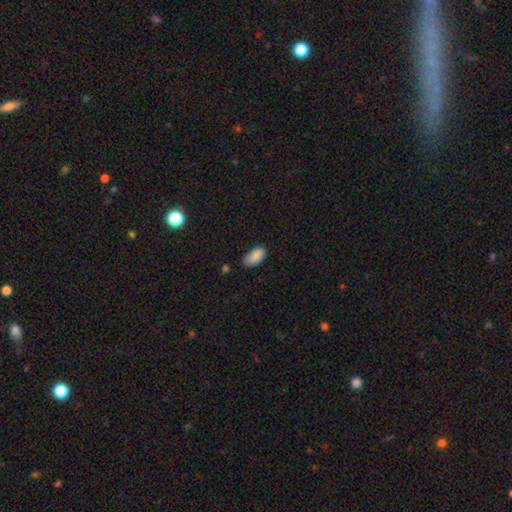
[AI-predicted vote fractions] Smooth or featured?
  - smooth: 88% *
  - star or artifact: 7%
  - featured or disk: 5%
How rounded?
  - in between: 94% *
  - cigar-shaped: 3%
  - round: 3%
Merging?
  - none: 69% *
  - minor disturbance: 25%
  - major disturbance: 4%
  - merger: 2%